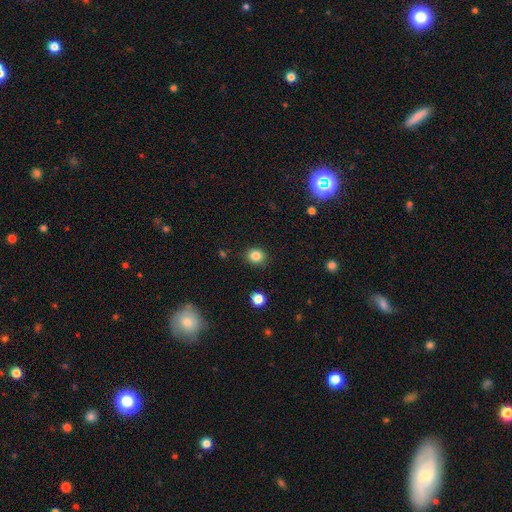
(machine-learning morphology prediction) Q: Smooth or featured?
A: smooth (84%); runner-up: star or artifact (12%)
Q: How rounded?
A: round (71%); runner-up: in between (28%)
Q: Merging?
A: none (88%); runner-up: minor disturbance (8%)